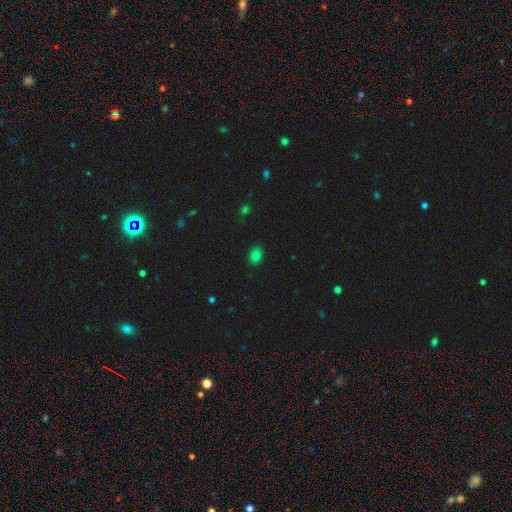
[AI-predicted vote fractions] Smooth or featured: smooth — 79% (star or artifact — 15%)
How rounded: in between — 61% (round — 38%)
Merging: none — 85% (minor disturbance — 11%)